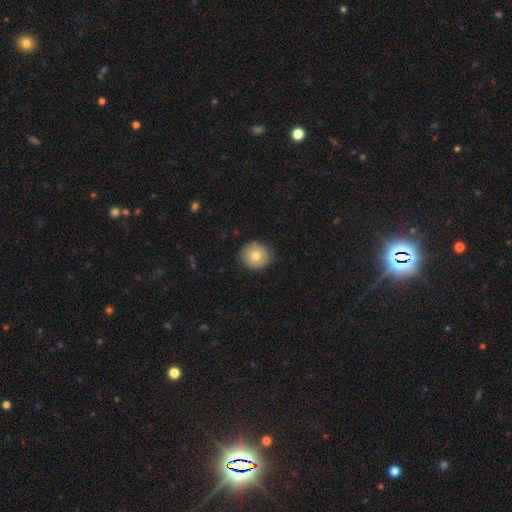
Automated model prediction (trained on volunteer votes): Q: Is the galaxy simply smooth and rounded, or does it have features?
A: smooth — 75%.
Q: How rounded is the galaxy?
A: round — 84%.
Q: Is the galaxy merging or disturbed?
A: none — 85%.